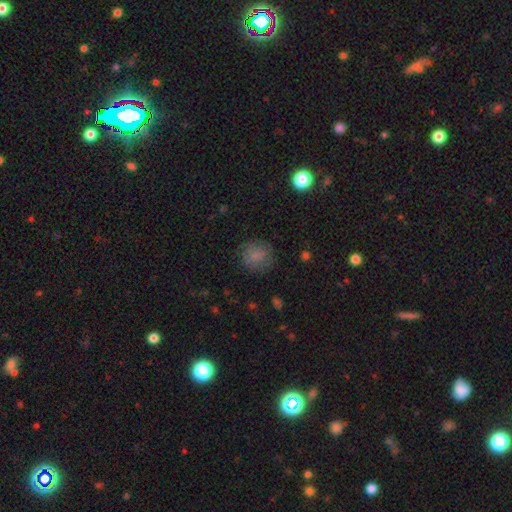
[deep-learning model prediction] This appears to be a smooth galaxy with no disk features (79%) that is round (88%). Merging: none (79%).